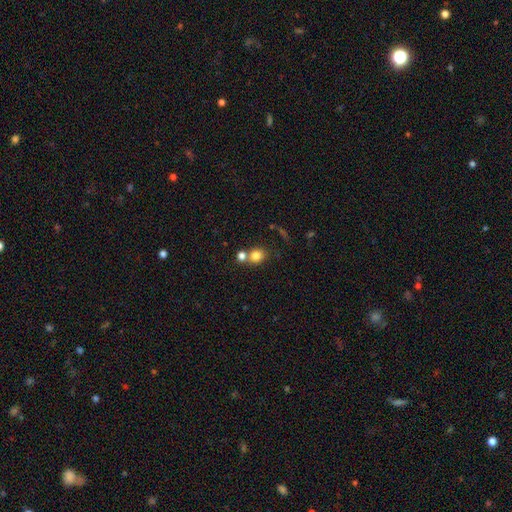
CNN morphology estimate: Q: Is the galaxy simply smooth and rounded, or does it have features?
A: smooth — 81%.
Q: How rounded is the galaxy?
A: round — 71%.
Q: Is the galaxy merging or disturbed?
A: none — 56%.